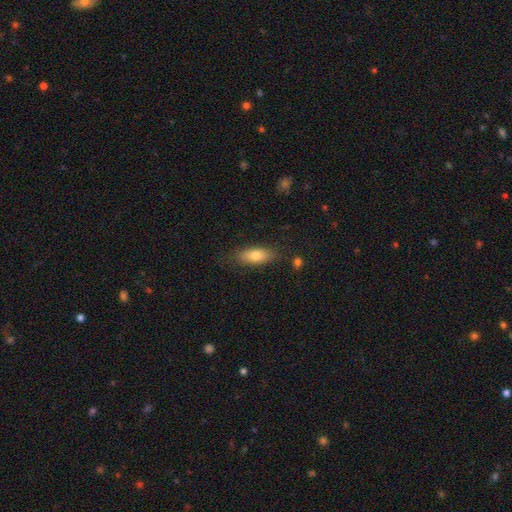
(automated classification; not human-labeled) Q: Smooth or featured?
A: smooth (74%); runner-up: featured or disk (19%)
Q: How rounded?
A: in between (70%); runner-up: cigar-shaped (28%)
Q: Merging?
A: none (80%); runner-up: minor disturbance (15%)